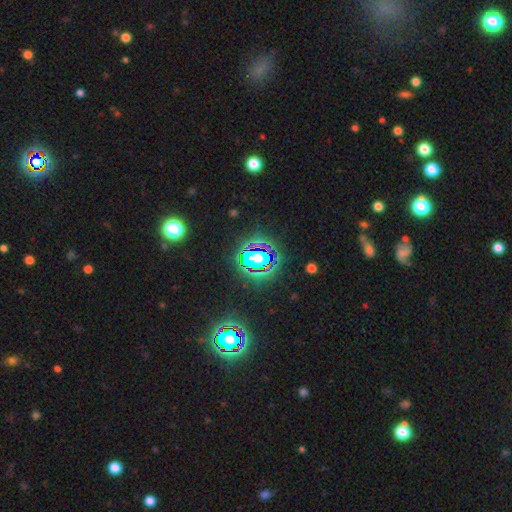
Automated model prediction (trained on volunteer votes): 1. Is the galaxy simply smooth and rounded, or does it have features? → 61% star or artifact, 23% smooth, 16% featured or disk.